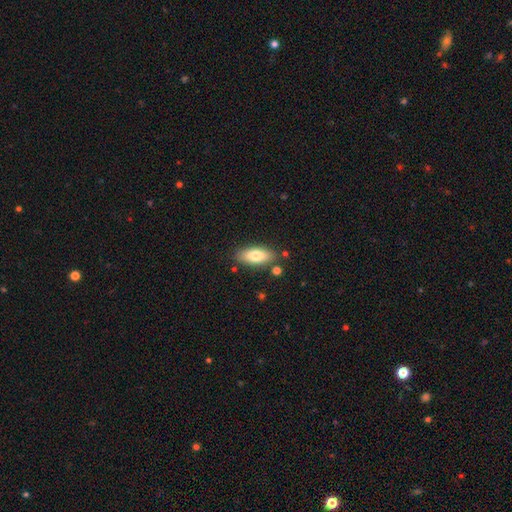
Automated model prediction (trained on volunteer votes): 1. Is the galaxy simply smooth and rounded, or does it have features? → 75% smooth, 18% featured or disk, 7% star or artifact.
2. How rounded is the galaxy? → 81% in between, 16% cigar-shaped, 3% round.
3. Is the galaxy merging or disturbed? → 83% none, 11% minor disturbance, 4% merger, 2% major disturbance.